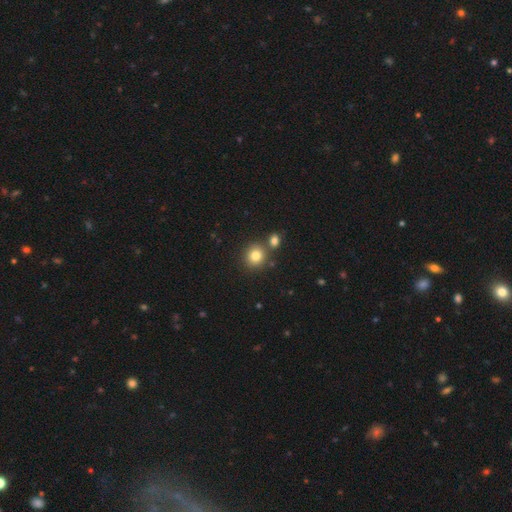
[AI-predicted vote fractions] Overall: smooth (81%). How rounded: round (86%). Merging: none (72%).